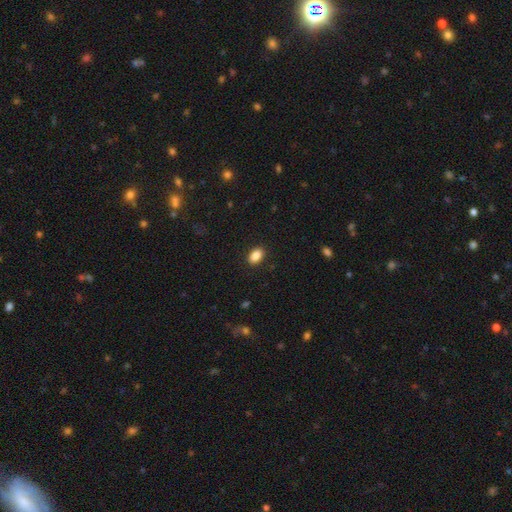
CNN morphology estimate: This is clearly a smooth galaxy (88%). How rounded: clearly in between (90%). Merging: clearly none (89%).